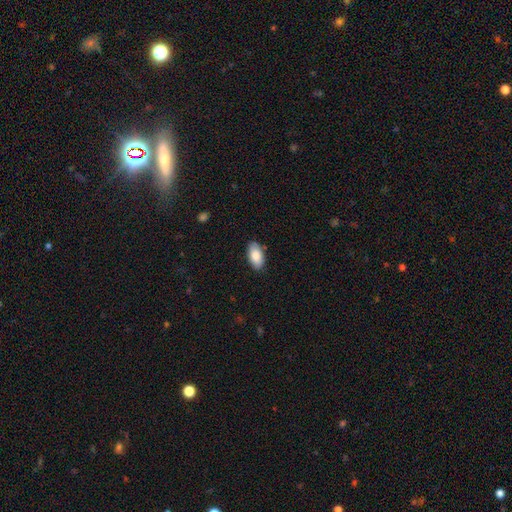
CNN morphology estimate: The model was most divided on "smooth or featured": smooth: 84%, featured or disk: 9%, star or artifact: 6%. More confident: how rounded — in between (95%); merging — none (86%).